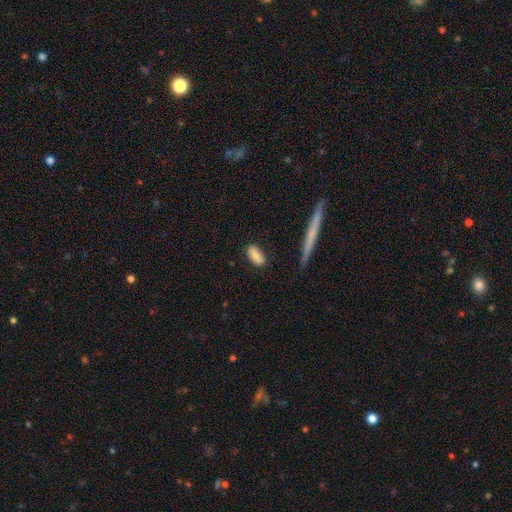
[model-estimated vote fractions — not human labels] smooth_or_featured: smooth (p=0.84) [alt: featured or disk p=0.09]
how_rounded: in between (p=0.86) [alt: cigar-shaped p=0.10]
merging: none (p=0.83) [alt: minor disturbance p=0.12]